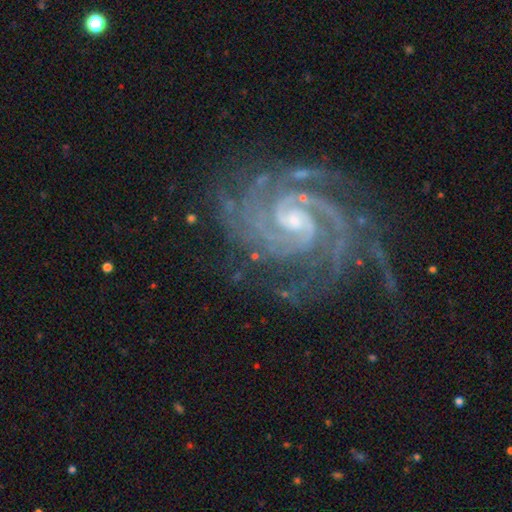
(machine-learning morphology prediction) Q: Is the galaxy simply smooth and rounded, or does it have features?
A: featured or disk — 92%.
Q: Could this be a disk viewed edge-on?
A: no — 98%.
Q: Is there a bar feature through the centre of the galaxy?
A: no — 52%.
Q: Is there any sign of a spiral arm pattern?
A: yes — 99%.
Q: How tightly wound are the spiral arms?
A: tight — 68%.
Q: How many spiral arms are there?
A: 2 — 33%.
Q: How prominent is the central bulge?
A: small — 65%.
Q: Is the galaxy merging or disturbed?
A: none — 70%.